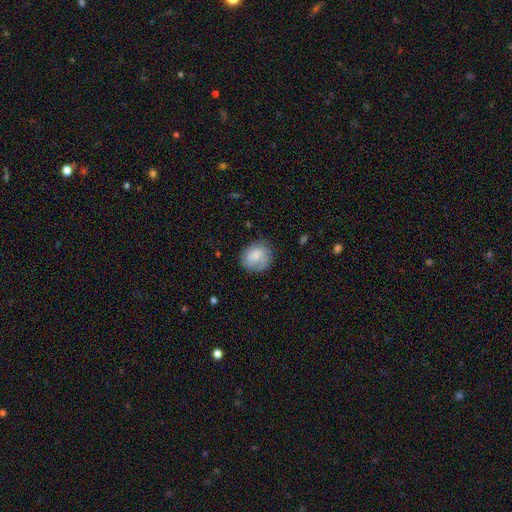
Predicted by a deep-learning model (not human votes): Smooth or featured?
  - smooth: 62% *
  - featured or disk: 31%
  - star or artifact: 8%
How rounded?
  - round: 77% *
  - in between: 22%
  - cigar-shaped: 1%
Merging?
  - none: 71% *
  - minor disturbance: 20%
  - major disturbance: 8%
  - merger: 1%